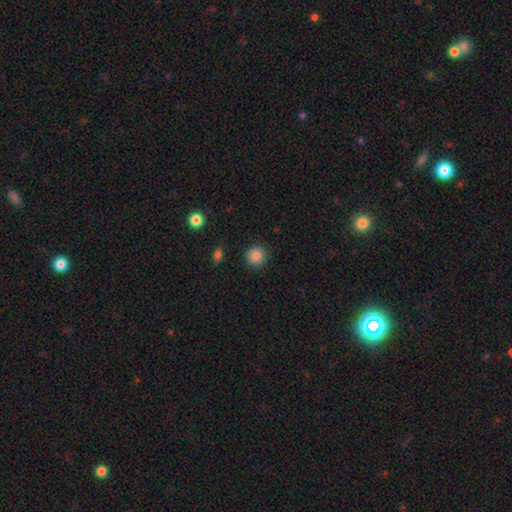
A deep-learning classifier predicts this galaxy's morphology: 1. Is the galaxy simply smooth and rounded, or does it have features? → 86% smooth, 10% star or artifact, 4% featured or disk.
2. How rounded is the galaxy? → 93% round, 6% in between, 1% cigar-shaped.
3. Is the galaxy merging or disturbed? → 91% none, 6% minor disturbance, 2% major disturbance, 1% merger.